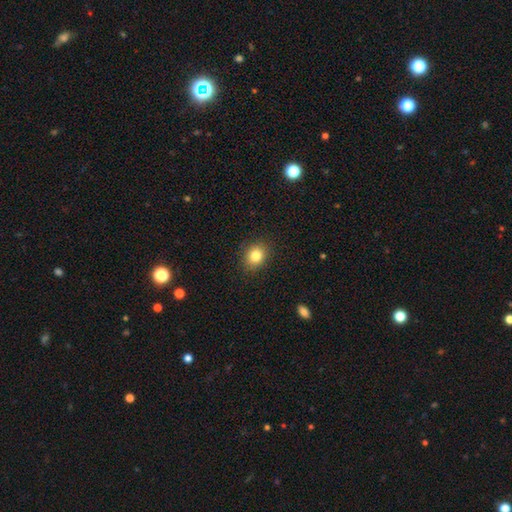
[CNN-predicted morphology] Smooth or featured: smooth — 82% (star or artifact — 10%)
How rounded: round — 57% (in between — 42%)
Merging: none — 88% (minor disturbance — 9%)